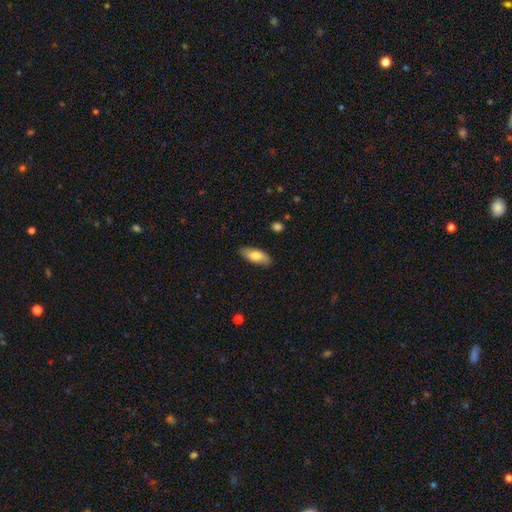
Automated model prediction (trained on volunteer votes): A smooth galaxy with no disk features (74%) that is in between round and cigar-shaped (78%).

Vote fractions:
- Smooth or featured? smooth: 74% / featured or disk: 20% / star or artifact: 6%
- How rounded? in between: 78% / cigar-shaped: 19% / round: 3%
- Merging? none: 86% / minor disturbance: 11% / major disturbance: 2% / merger: 1%